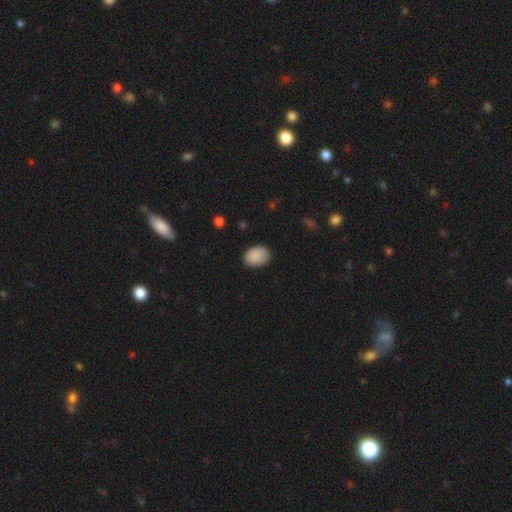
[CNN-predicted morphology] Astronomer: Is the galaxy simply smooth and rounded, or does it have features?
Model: smooth — 89%.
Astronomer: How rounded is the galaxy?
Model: in between — 79%.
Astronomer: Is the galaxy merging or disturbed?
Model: none — 83%.